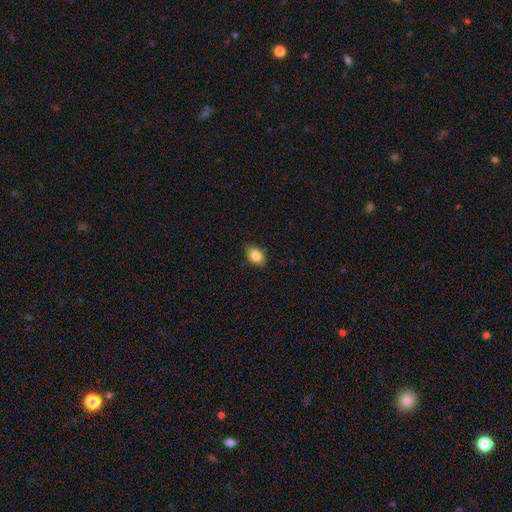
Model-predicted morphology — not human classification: A smooth galaxy with no disk features (82%) that is in between round and cigar-shaped (76%).

Vote fractions:
- Smooth or featured? smooth: 82% / featured or disk: 9% / star or artifact: 9%
- How rounded? in between: 76% / round: 23% / cigar-shaped: 2%
- Merging? none: 76% / minor disturbance: 20% / major disturbance: 3% / merger: 1%